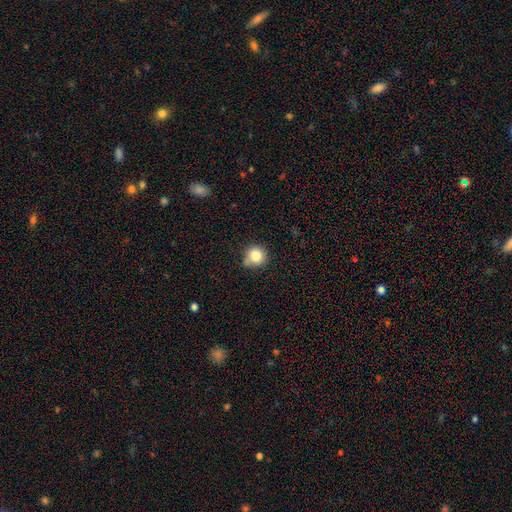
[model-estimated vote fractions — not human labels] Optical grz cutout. It shows a smooth galaxy with no disk features (83%) that is round (91%). Merging: none (69%).